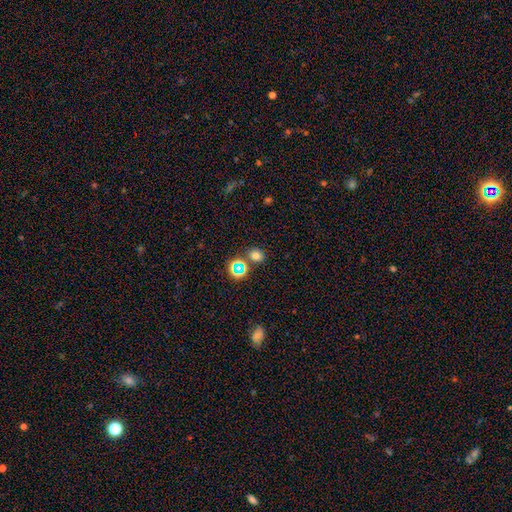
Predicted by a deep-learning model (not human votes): A smooth galaxy with no disk features (70%) that is round (65%).

Vote fractions:
- Smooth or featured? smooth: 70% / star or artifact: 23% / featured or disk: 7%
- How rounded? round: 65% / in between: 34% / cigar-shaped: 1%
- Merging? none: 74% / merger: 14% / minor disturbance: 9% / major disturbance: 3%